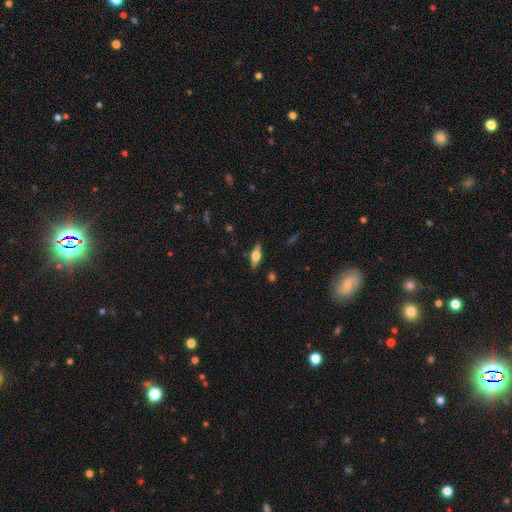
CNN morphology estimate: The model was most divided on "smooth or featured": featured or disk: 49%, smooth: 44%, star or artifact: 7%. More confident: merging — none (87%).